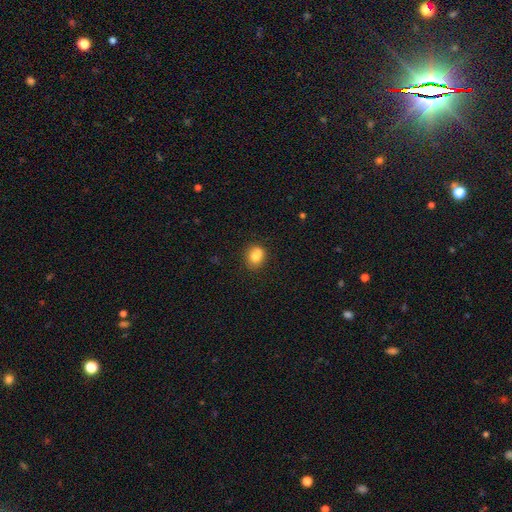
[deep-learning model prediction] Q: Smooth or featured?
A: smooth (75%); runner-up: featured or disk (14%)
Q: How rounded?
A: round (64%); runner-up: in between (35%)
Q: Merging?
A: none (51%); runner-up: merger (30%)